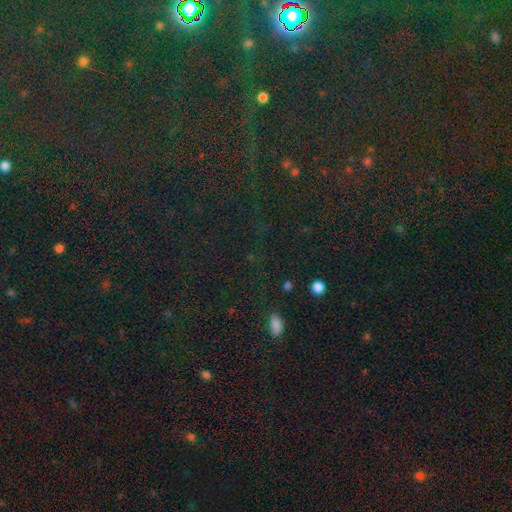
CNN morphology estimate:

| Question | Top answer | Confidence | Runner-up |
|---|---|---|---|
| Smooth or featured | star or artifact | 74% | smooth (18%) |